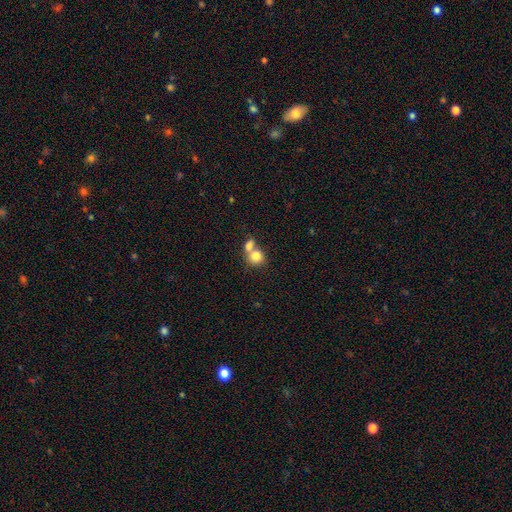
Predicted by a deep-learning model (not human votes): smooth 80%, featured or disk 12%, star or artifact 9%. Down the decision tree: how rounded — round (74%); merging — merger (57%).